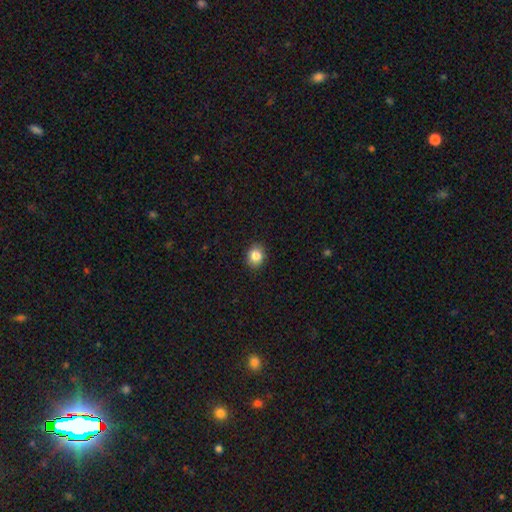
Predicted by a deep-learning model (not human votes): A smooth galaxy with no disk features (85%) that is round (63%). Merging: none (89%).